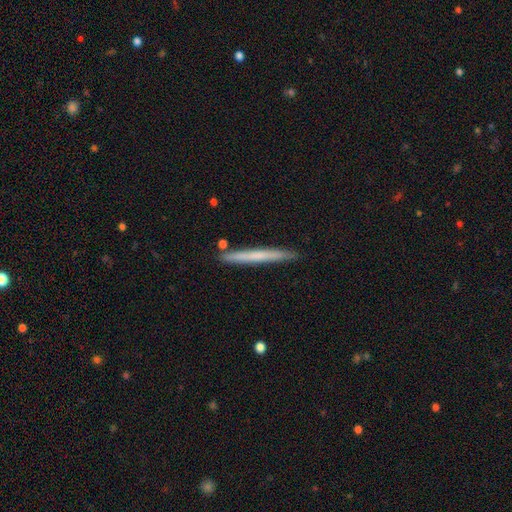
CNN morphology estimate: Q: Smooth or featured?
A: smooth (56%); runner-up: featured or disk (39%)
Q: How rounded?
A: cigar-shaped (97%); runner-up: in between (2%)
Q: Merging?
A: none (88%); runner-up: minor disturbance (8%)